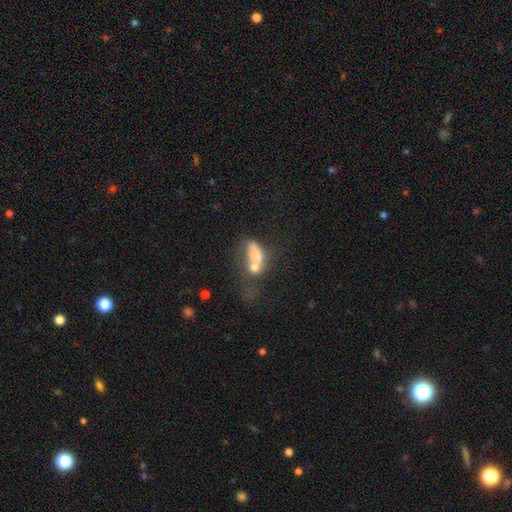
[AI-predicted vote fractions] smooth_or_featured: smooth (p=0.54) [alt: featured or disk p=0.34]
how_rounded: in between (p=0.72) [alt: round p=0.23]
merging: merger (p=0.61) [alt: major disturbance p=0.17]